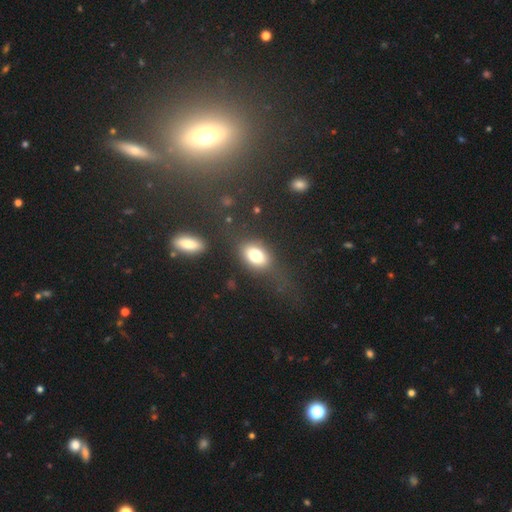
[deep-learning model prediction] smooth 78%, featured or disk 13%, star or artifact 9%. Down the decision tree: how rounded — in between (79%); merging — none (66%).